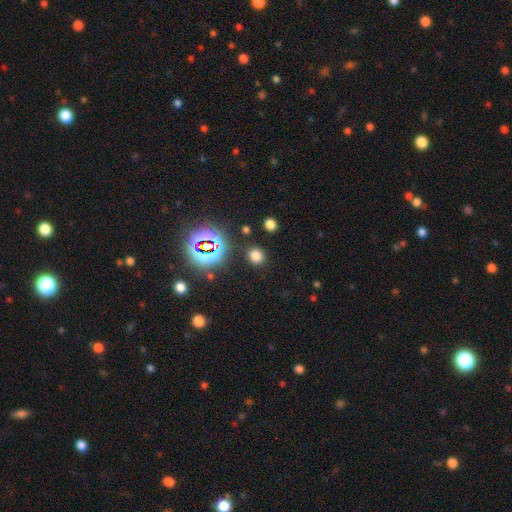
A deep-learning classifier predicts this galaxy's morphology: Smooth or featured? Predicted: smooth (p=0.71). How rounded? Predicted: round (p=0.80). Merging? Predicted: none (p=0.87).